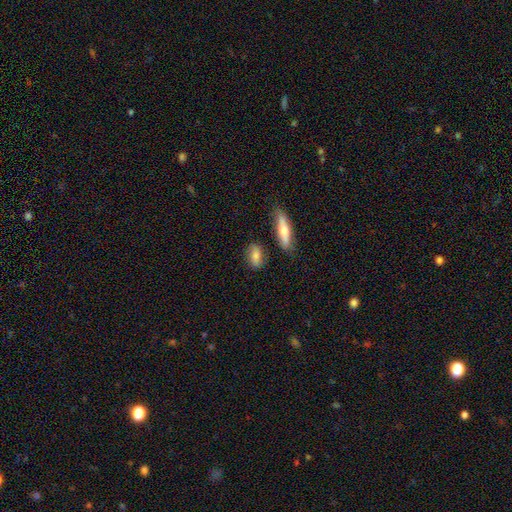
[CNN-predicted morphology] Smooth or featured? Predicted: smooth (p=0.72). How rounded? Predicted: in between (p=0.74). Merging? Predicted: none (p=0.77).